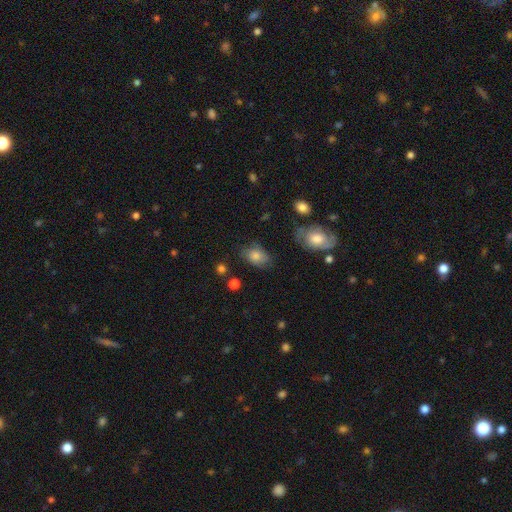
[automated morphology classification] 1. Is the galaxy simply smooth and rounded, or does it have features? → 73% smooth, 18% featured or disk, 10% star or artifact.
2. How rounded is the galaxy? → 80% in between, 19% round, 1% cigar-shaped.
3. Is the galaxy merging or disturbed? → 65% none, 24% minor disturbance, 9% major disturbance, 3% merger.